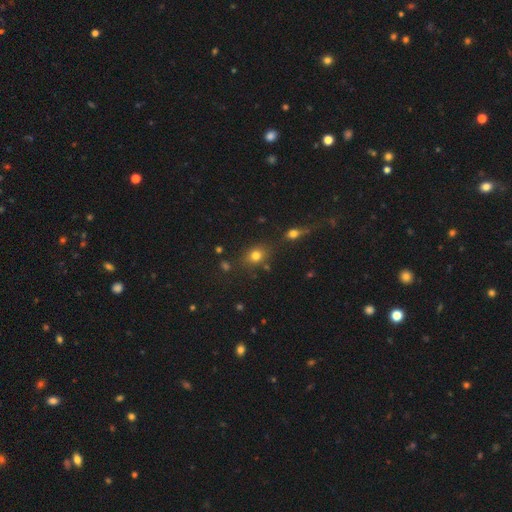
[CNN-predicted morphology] Smooth or featured? Predicted: smooth (p=0.76). How rounded? Predicted: round (p=0.51). Merging? Predicted: none (p=0.75).